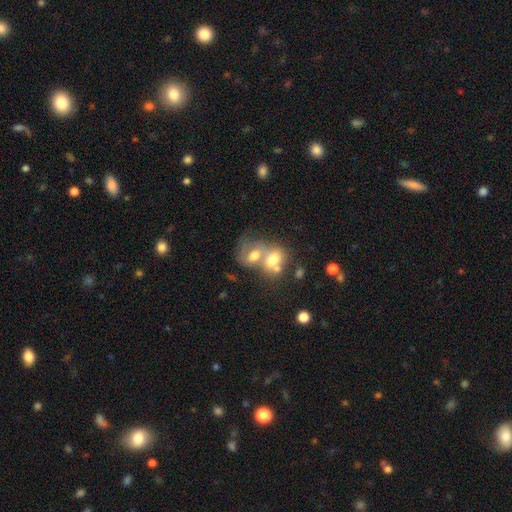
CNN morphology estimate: This appears to be a smooth galaxy with no disk features (51%) that is in between round and cigar-shaped (54%). Merging: merger (77%).